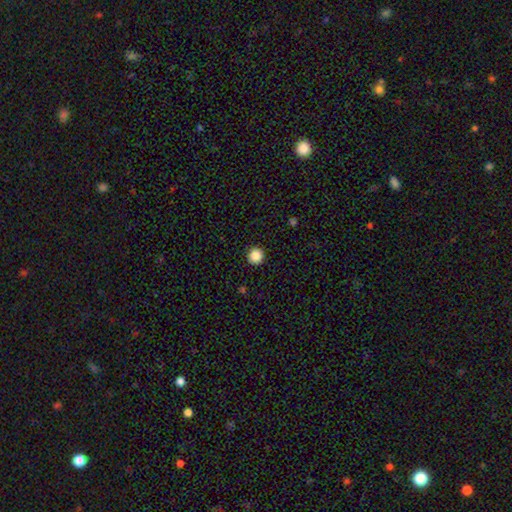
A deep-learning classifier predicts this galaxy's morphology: Overall: smooth (87%). How rounded: round (96%). Merging: none (93%).